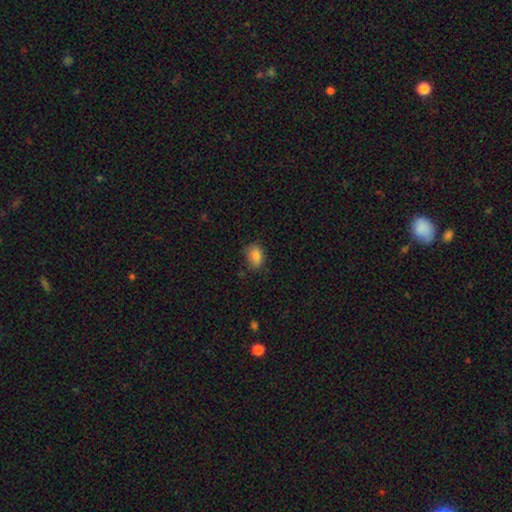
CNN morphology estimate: A smooth galaxy with no disk features (84%) that is in between round and cigar-shaped (79%). Merging: none (72%).